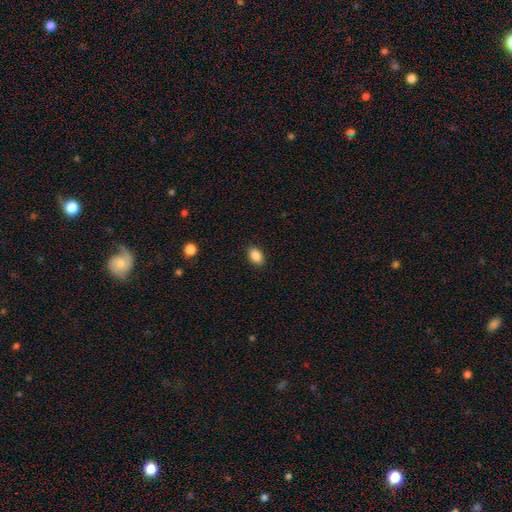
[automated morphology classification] Smooth or featured? smooth (88%)
How rounded? in between (87%)
Merging? none (89%)